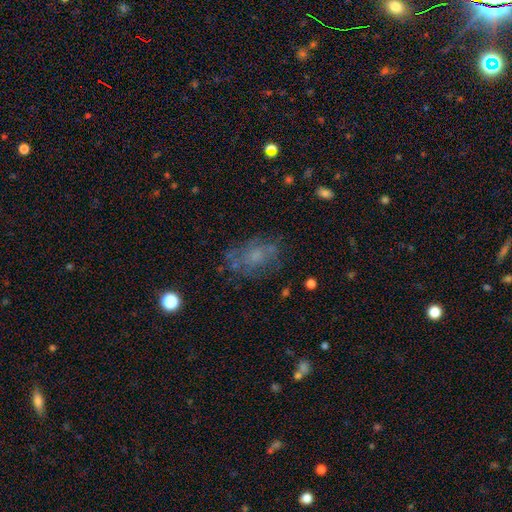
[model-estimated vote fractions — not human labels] A featured or disk galaxy (43%). Merging: none (62%).